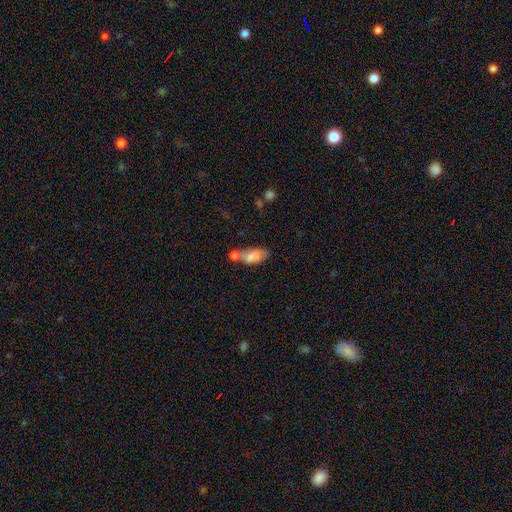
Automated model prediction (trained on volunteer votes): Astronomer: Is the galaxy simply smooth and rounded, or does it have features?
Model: smooth — 77%.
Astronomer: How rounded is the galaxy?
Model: in between — 83%.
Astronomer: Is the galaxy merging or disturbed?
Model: merger — 38% (runner-up: none, 37%).